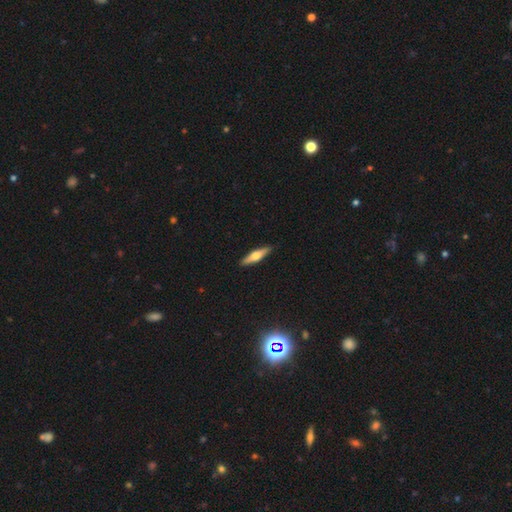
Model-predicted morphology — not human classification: This appears to be a featured or disk galaxy (53%) viewed edge-on (94%). Merging: none (91%).